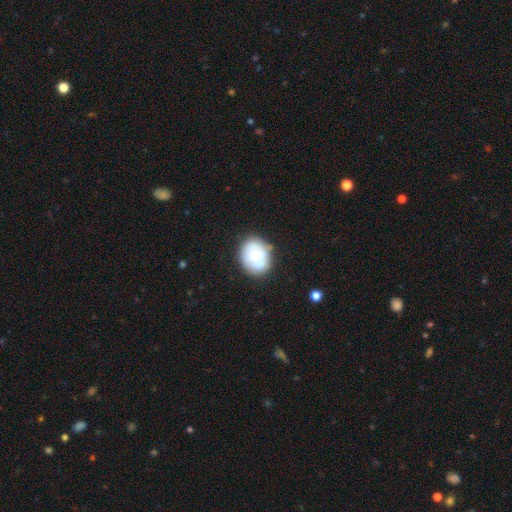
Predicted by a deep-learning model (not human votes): Smooth or featured? Predicted: smooth (p=0.65). How rounded? Predicted: in between (p=0.52). Merging? Predicted: none (p=0.67).